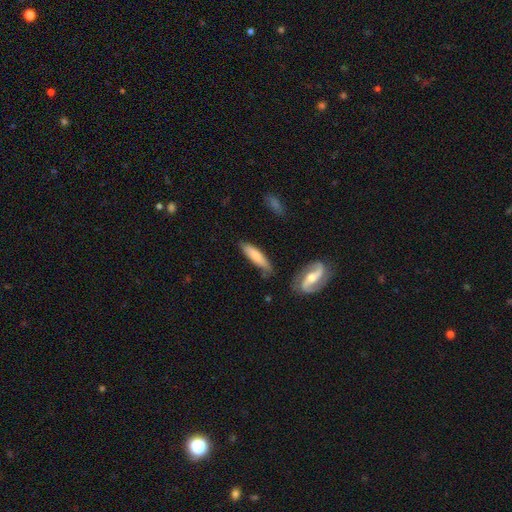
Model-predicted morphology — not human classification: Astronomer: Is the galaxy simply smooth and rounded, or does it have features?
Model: smooth — 68%.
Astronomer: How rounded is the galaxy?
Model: cigar-shaped — 73%.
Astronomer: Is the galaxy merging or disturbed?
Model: none — 74%.